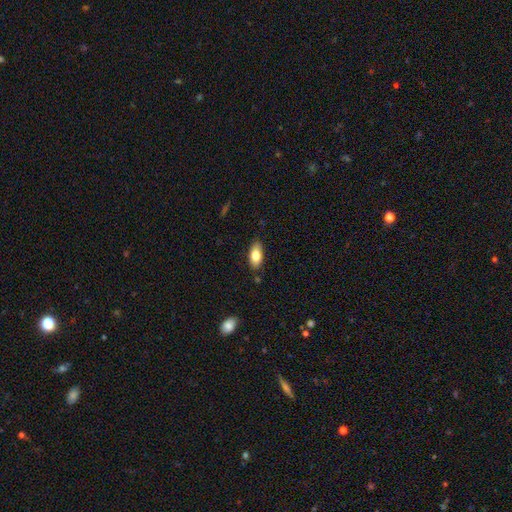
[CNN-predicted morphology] The model was most divided on "smooth or featured": smooth: 78%, featured or disk: 15%, star or artifact: 7%. More confident: how rounded — in between (88%); merging — none (83%).